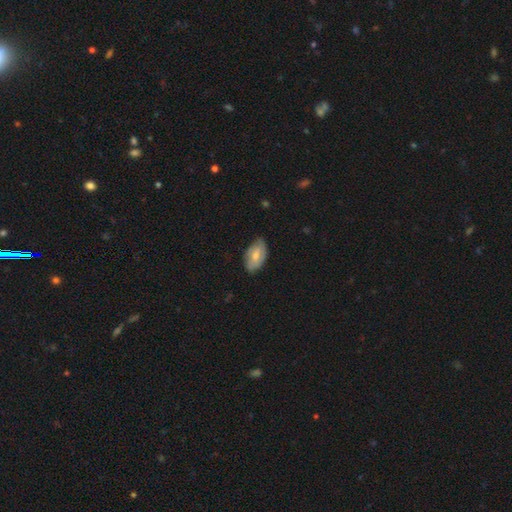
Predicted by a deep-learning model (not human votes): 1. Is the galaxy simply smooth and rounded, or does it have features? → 58% smooth, 35% featured or disk, 6% star or artifact.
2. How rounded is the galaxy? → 93% in between, 5% round, 2% cigar-shaped.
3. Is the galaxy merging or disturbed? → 69% none, 26% minor disturbance, 4% major disturbance, 1% merger.